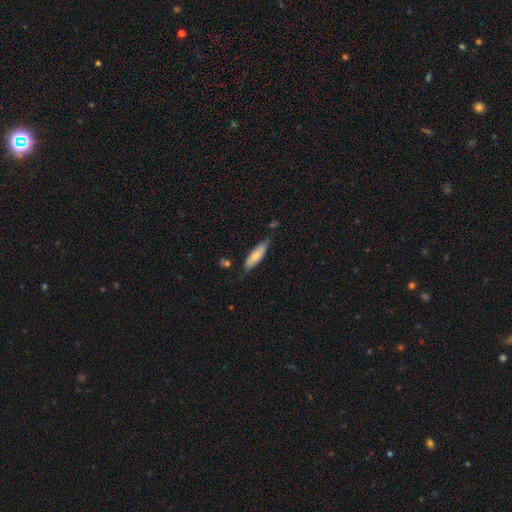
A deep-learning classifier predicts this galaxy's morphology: Q: Smooth or featured?
A: smooth (78%); runner-up: featured or disk (16%)
Q: How rounded?
A: cigar-shaped (56%); runner-up: in between (42%)
Q: Merging?
A: none (68%); runner-up: minor disturbance (24%)